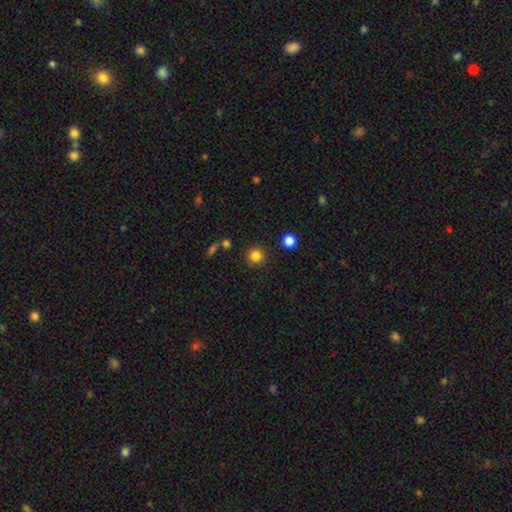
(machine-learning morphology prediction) This is clearly a smooth galaxy (83%). How rounded: clearly round (94%). Merging: clearly none (89%).